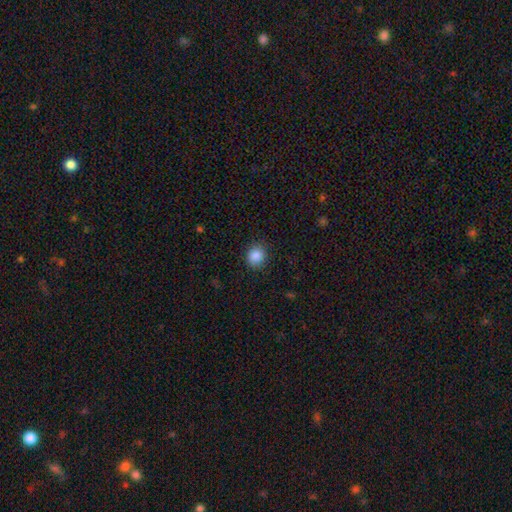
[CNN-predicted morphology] Smooth or featured?
  - smooth: 87% *
  - star or artifact: 9%
  - featured or disk: 3%
How rounded?
  - round: 79% *
  - in between: 21%
  - cigar-shaped: 1%
Merging?
  - none: 87% *
  - minor disturbance: 10%
  - major disturbance: 3%
  - merger: 1%